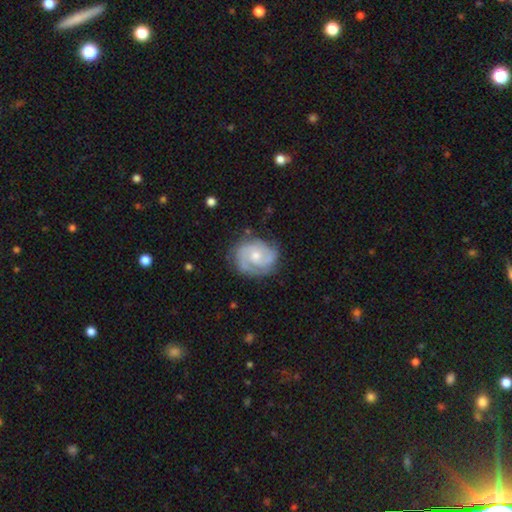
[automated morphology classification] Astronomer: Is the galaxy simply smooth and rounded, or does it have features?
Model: featured or disk — 83%.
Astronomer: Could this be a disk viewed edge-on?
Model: no — 98%.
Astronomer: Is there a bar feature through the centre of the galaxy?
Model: no — 64%.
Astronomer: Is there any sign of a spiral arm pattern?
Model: yes — 96%.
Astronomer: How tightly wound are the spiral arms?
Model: tight — 50% (runner-up: medium, 41%).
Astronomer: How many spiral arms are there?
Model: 2 — 66%.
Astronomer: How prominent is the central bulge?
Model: moderate — 53% (runner-up: small, 41%).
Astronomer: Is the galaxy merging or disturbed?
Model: none — 75%.